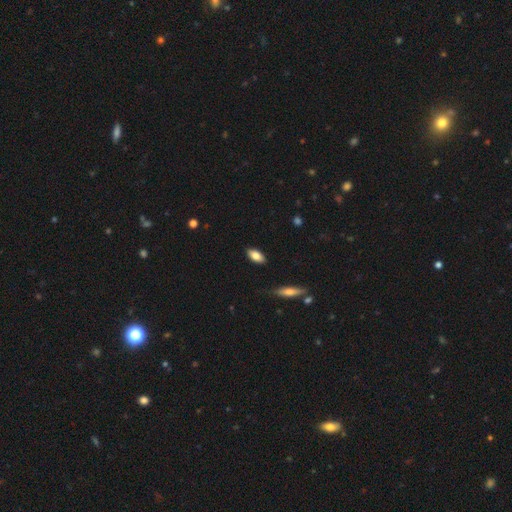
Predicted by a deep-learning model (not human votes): Smooth or featured? smooth (82%)
How rounded? in between (88%)
Merging? none (87%)